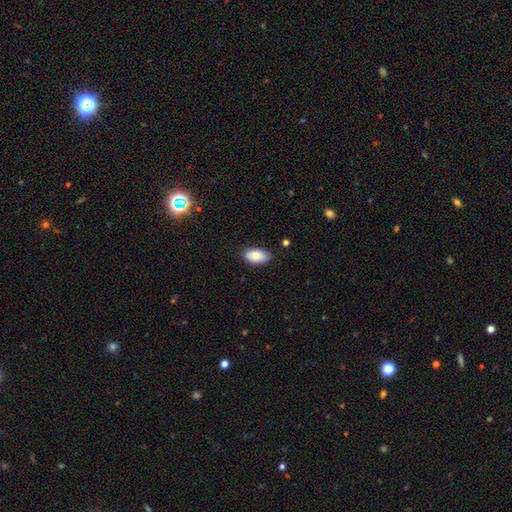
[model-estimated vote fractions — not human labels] Smooth or featured? Predicted: smooth (p=0.78). How rounded? Predicted: in between (p=0.94). Merging? Predicted: none (p=0.81).